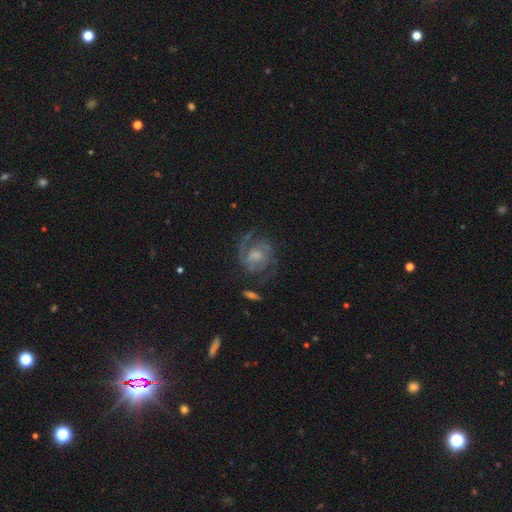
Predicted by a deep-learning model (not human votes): This appears to be a featured or disk galaxy (77%) with no bar (56%), 2 (59%) medium (44%) spiral arms (88%) and a moderate central bulge (37%). Merging: none (60%).